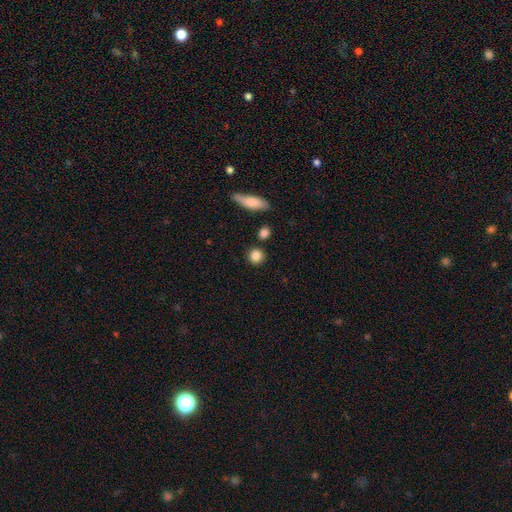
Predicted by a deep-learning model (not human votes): smooth-or-featured: smooth: 85% | star or artifact: 9% | featured or disk: 6%
  how-rounded: round: 87% | in between: 11% | cigar-shaped: 2%
  merging: none: 84% | minor disturbance: 8% | merger: 6% | major disturbance: 2%